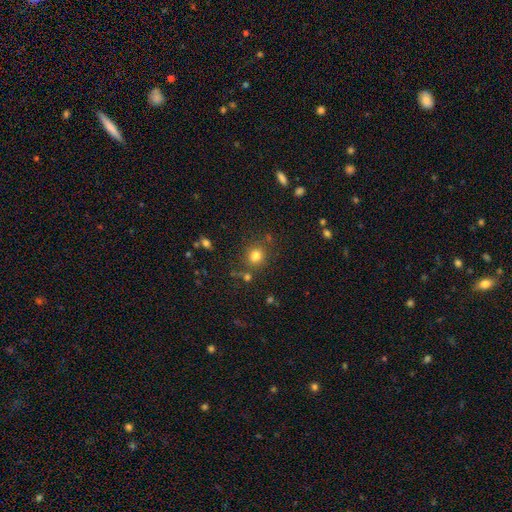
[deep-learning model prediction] Morphology: type=smooth (78%); roundness=round (82%); merging=none (76%).